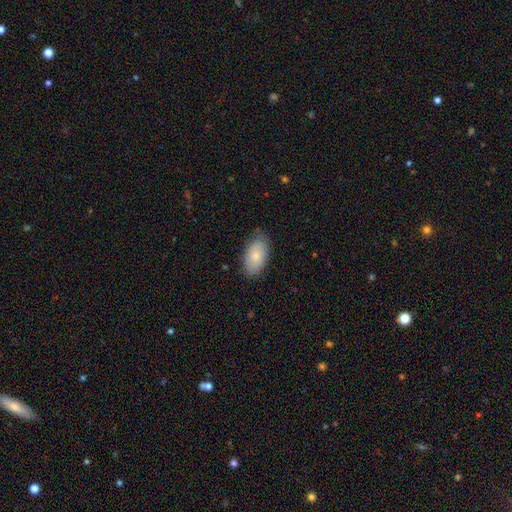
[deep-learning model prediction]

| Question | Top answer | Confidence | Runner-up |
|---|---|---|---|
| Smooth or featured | smooth | 73% | featured or disk (21%) |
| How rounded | in between | 94% | round (4%) |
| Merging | none | 79% | minor disturbance (16%) |